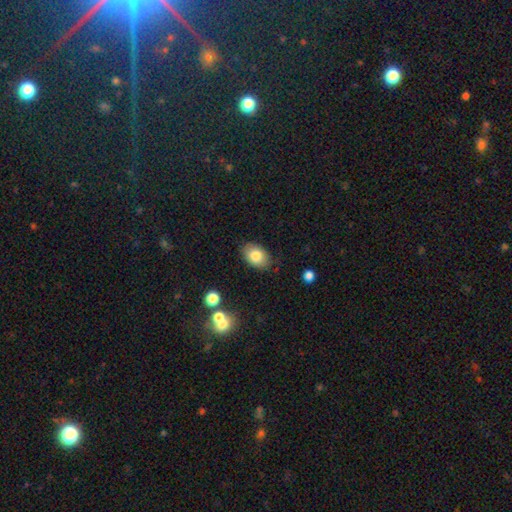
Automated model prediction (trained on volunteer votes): A smooth galaxy with no disk features (82%) that is in between round and cigar-shaped (85%). Merging: none (80%).